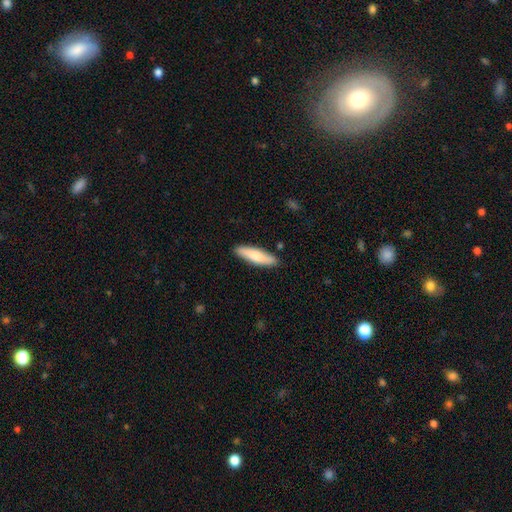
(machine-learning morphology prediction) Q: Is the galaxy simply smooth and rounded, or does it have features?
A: smooth — 79%.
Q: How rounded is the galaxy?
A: cigar-shaped — 71%.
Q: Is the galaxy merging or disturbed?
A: none — 88%.